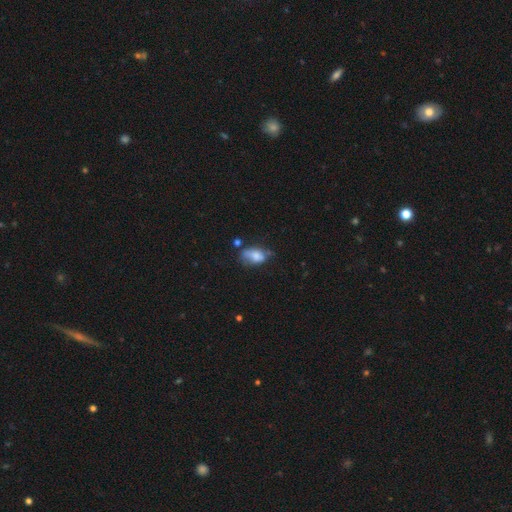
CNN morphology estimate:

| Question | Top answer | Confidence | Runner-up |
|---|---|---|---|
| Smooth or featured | smooth | 67% | featured or disk (23%) |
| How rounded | in between | 84% | round (12%) |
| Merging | none | 35% | minor disturbance (32%) |